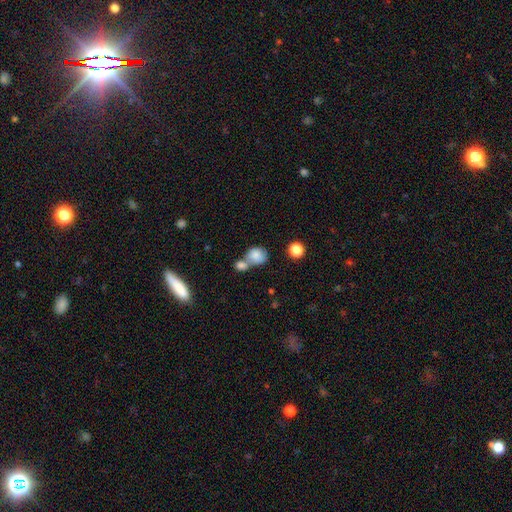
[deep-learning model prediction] smooth 80%, featured or disk 11%, star or artifact 9%. Down the decision tree: how rounded — round (66%); merging — merger (55%).